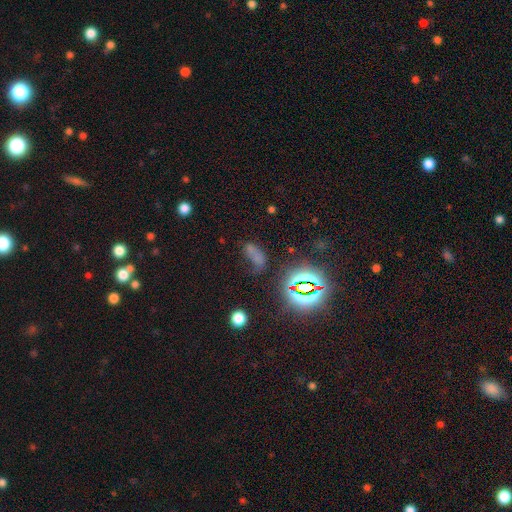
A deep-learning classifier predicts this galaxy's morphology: A smooth galaxy with no disk features (48%). Merging: none (38%).